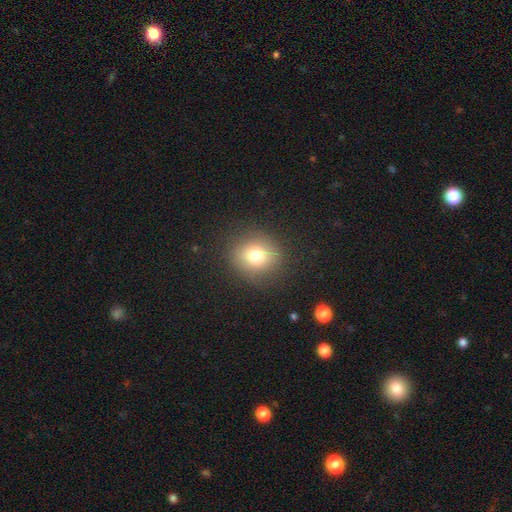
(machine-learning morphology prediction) A smooth galaxy with no disk features (75%) that is round (83%).

Vote fractions:
- Smooth or featured? smooth: 75% / star or artifact: 13% / featured or disk: 12%
- How rounded? round: 83% / in between: 16% / cigar-shaped: 1%
- Merging? none: 86% / minor disturbance: 9% / major disturbance: 4% / merger: 1%